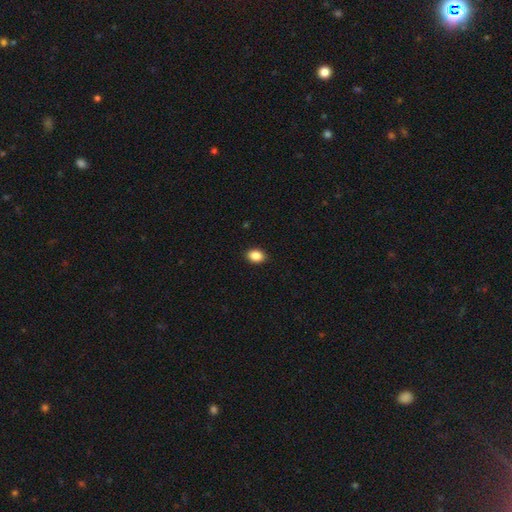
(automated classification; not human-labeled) A smooth galaxy with no disk features (88%) that is in between round and cigar-shaped (76%). Merging: none (90%).